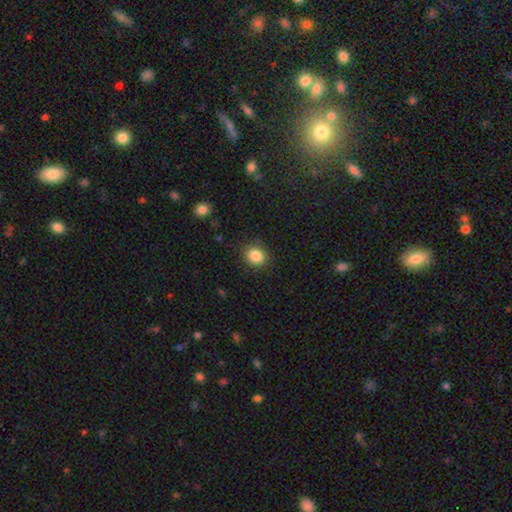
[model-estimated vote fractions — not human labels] Smooth or featured: smooth — 85% (star or artifact — 10%)
How rounded: round — 72% (in between — 27%)
Merging: none — 86% (minor disturbance — 10%)